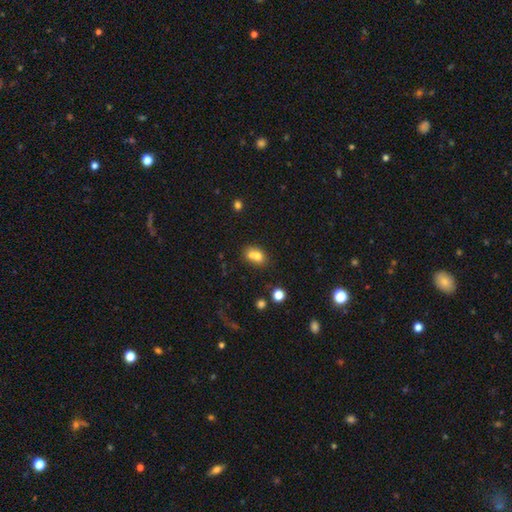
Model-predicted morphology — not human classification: Smooth or featured? Predicted: smooth (p=0.70). How rounded? Predicted: in between (p=0.55). Merging? Predicted: merger (p=0.58).